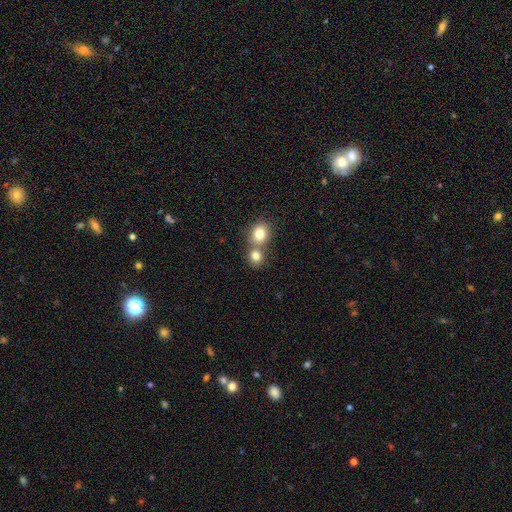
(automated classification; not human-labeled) Q: Smooth or featured?
A: smooth (80%); runner-up: star or artifact (11%)
Q: How rounded?
A: round (76%); runner-up: in between (23%)
Q: Merging?
A: merger (50%); runner-up: none (41%)